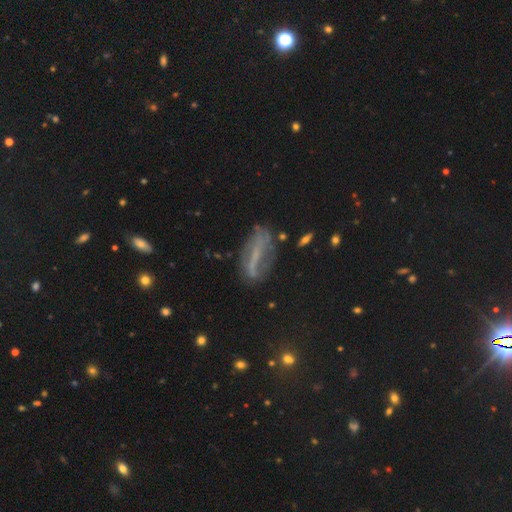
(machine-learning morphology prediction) Overall: featured or disk (53%; smooth 32%). Edge-on disk: no (72%). Merging: none (61%; minor disturbance 23%).